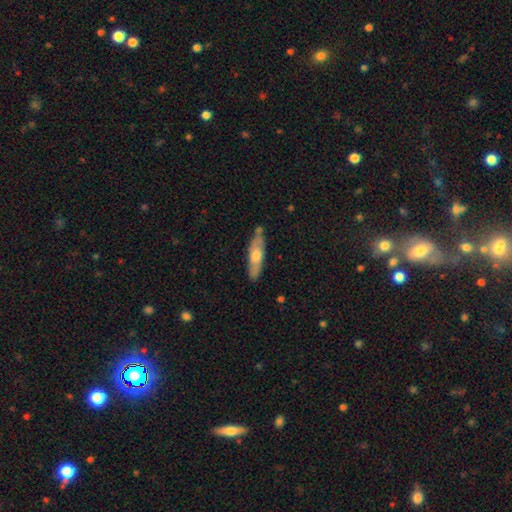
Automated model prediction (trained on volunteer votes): This is possibly a smooth galaxy (51%). How rounded: likely cigar-shaped (73%). Merging: likely none (79%).